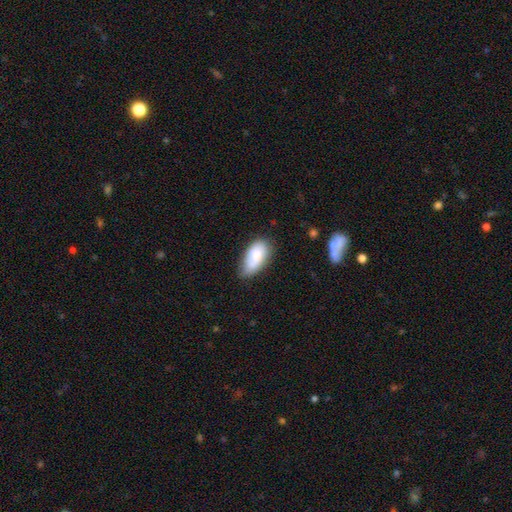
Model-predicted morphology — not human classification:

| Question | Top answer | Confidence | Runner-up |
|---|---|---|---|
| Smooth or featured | smooth | 76% | featured or disk (17%) |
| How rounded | in between | 91% | cigar-shaped (6%) |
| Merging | none | 52% | minor disturbance (31%) |